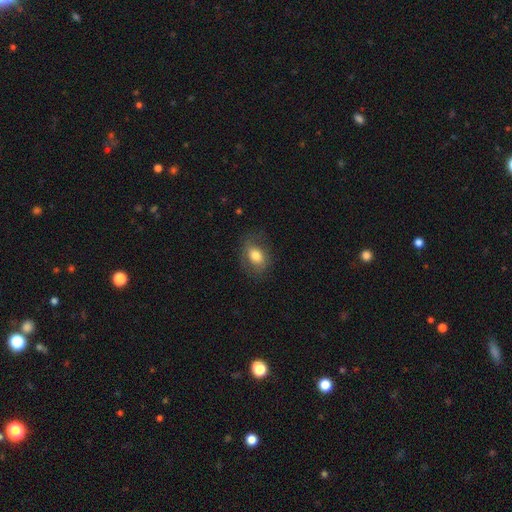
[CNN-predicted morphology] A smooth galaxy with no disk features (73%) that is in between round and cigar-shaped (69%). Merging: none (71%).